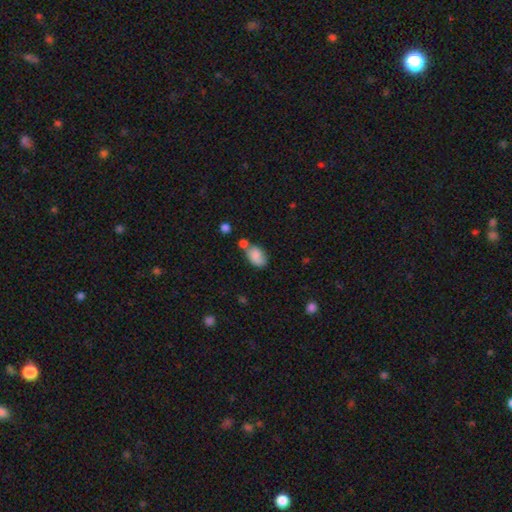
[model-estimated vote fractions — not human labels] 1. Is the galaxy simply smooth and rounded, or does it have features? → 75% smooth, 15% featured or disk, 9% star or artifact.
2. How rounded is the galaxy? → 84% in between, 14% round, 2% cigar-shaped.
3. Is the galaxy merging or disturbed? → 45% none, 23% minor disturbance, 23% merger, 8% major disturbance.